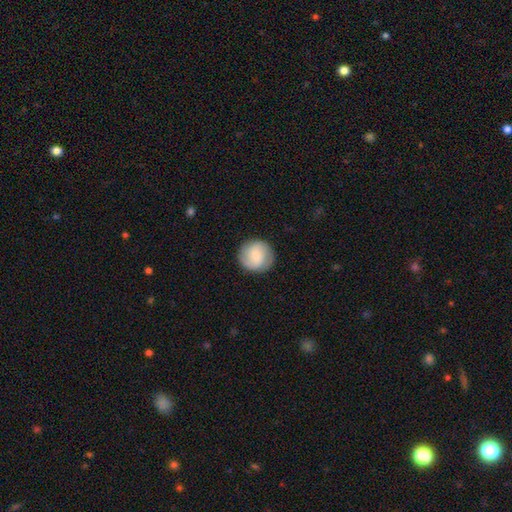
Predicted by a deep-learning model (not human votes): smooth 61%, featured or disk 32%, star or artifact 7%. Down the decision tree: how rounded — round (94%); merging — none (88%).